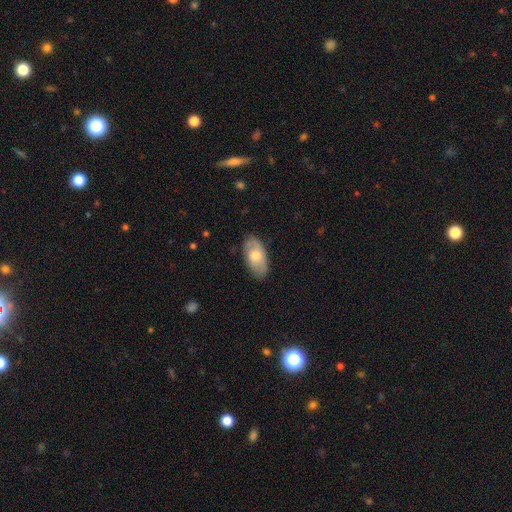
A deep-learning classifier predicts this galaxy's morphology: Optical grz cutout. It shows a smooth galaxy with no disk features (56%) that is in between round and cigar-shaped (93%). Merging: none (77%).